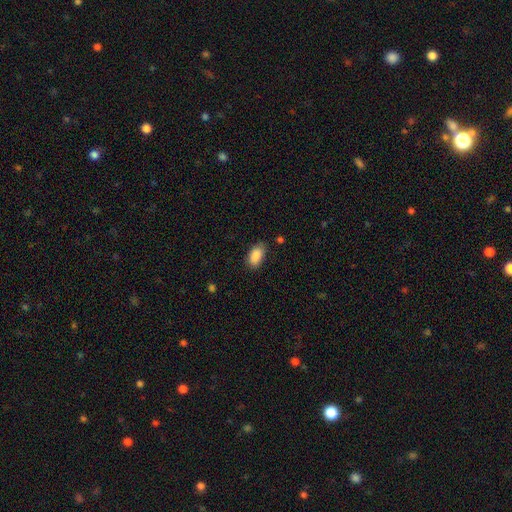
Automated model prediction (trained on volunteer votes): A smooth galaxy with no disk features (89%) that is in between round and cigar-shaped (93%). Merging: none (77%).